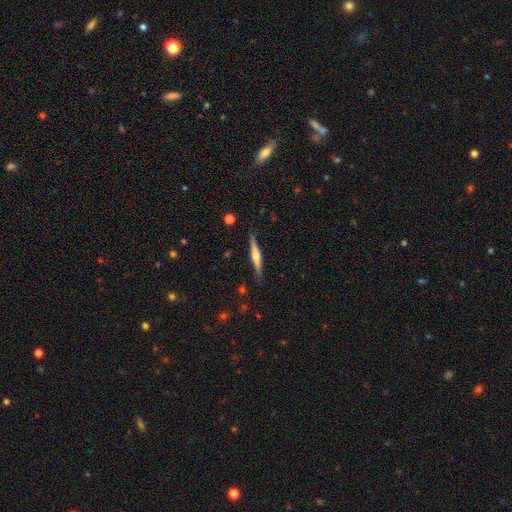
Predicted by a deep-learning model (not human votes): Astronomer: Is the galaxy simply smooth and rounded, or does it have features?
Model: featured or disk — 65%.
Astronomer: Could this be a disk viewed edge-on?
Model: yes — 98%.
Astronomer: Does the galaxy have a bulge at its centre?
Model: rounded — 82%.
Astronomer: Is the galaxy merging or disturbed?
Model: none — 87%.